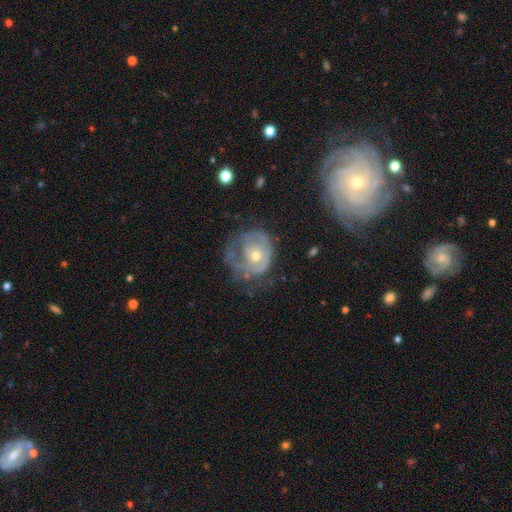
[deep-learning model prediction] Smooth or featured: featured or disk — 58% (smooth — 34%)
Edge-on disk: no — 97% (yes — 3%)
Bar: no — 85% (weak — 13%)
Spiral arms: no — 54% (yes — 46%)
Bulge size: moderate — 53% (small — 42%)
Merging: major disturbance — 39% (none — 32%)